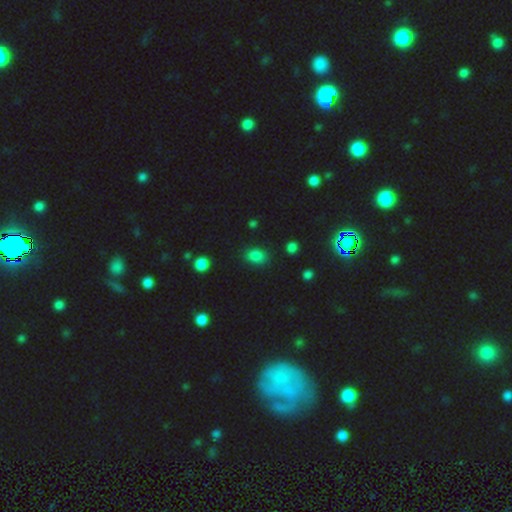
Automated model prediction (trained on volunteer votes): smooth-or-featured: smooth: 82% | star or artifact: 13% | featured or disk: 4%
  how-rounded: in between: 69% | round: 29% | cigar-shaped: 1%
  merging: none: 82% | minor disturbance: 12% | major disturbance: 4% | merger: 2%